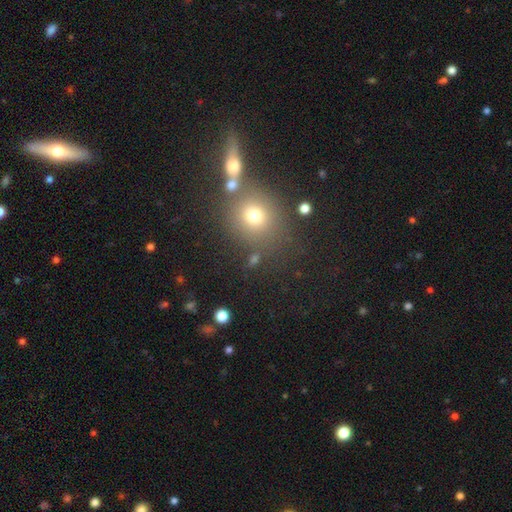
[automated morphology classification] Q: Smooth or featured?
A: smooth (63%); runner-up: star or artifact (23%)
Q: How rounded?
A: round (81%); runner-up: in between (17%)
Q: Merging?
A: none (69%); runner-up: merger (16%)